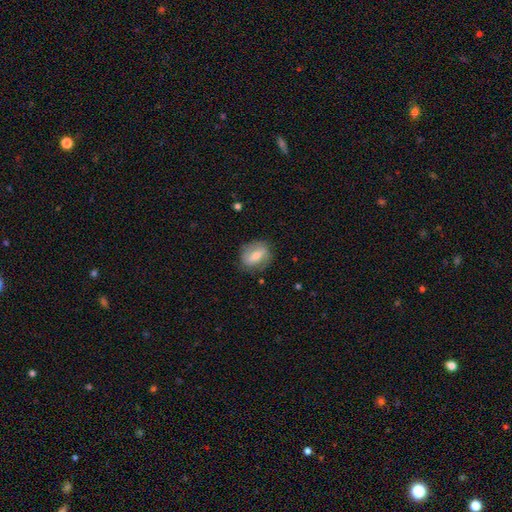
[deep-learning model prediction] This appears to be a smooth galaxy with no disk features (50%) that is in between round and cigar-shaped (56%). Merging: none (77%).